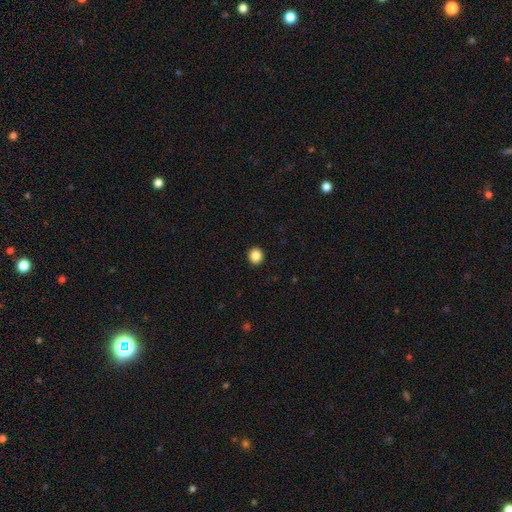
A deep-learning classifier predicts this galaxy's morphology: A smooth galaxy with no disk features (87%) that is round (87%). Merging: none (93%).